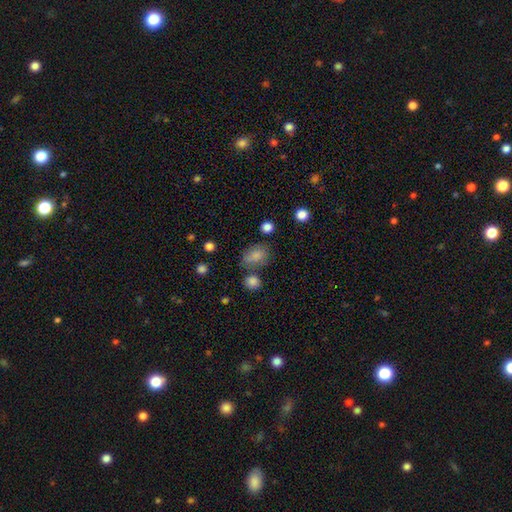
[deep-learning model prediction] A smooth galaxy with no disk features (81%) that is in between round and cigar-shaped (74%). Merging: none (61%).